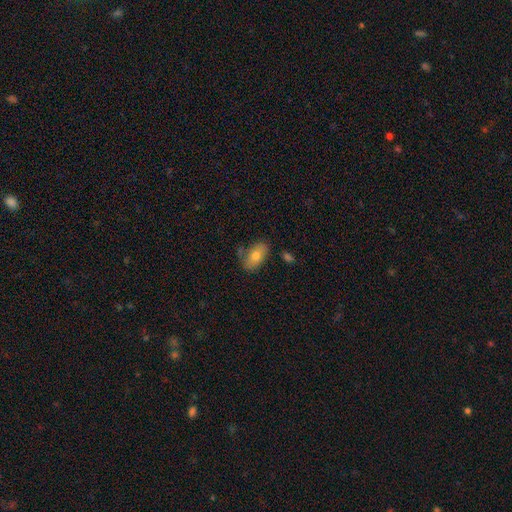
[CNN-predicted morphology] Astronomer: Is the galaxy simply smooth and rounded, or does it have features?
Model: smooth — 76%.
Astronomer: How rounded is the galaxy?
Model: in between — 90%.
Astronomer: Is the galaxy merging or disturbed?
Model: none — 69%.